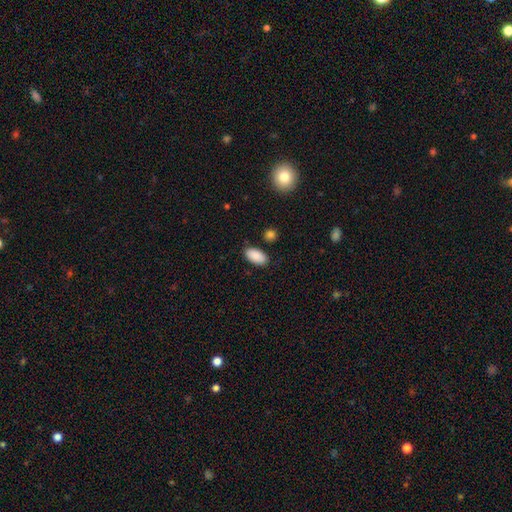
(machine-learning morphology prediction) This is clearly a smooth galaxy (89%). How rounded: clearly in between (94%). Merging: clearly none (84%).